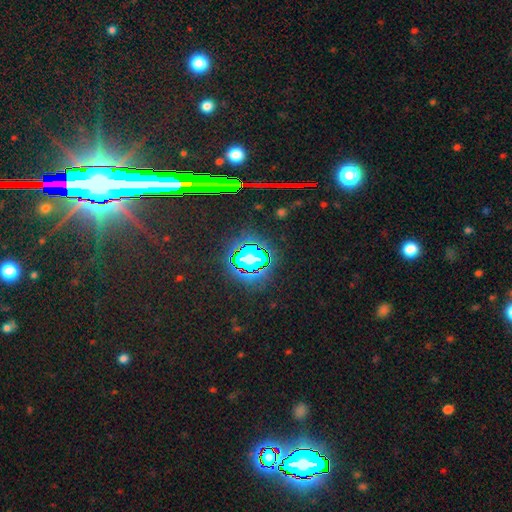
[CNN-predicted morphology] smooth-or-featured: star or artifact: 81% | featured or disk: 10% | smooth: 10%